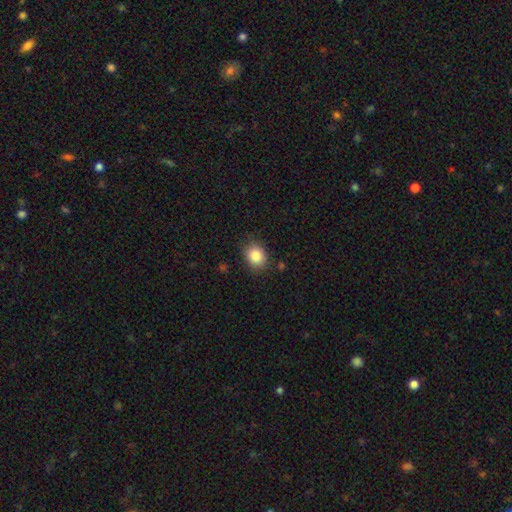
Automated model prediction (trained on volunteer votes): The model was most divided on "how rounded": round: 55%, in between: 44%, cigar-shaped: 1%. More confident: smooth or featured — smooth (85%); merging — none (83%).